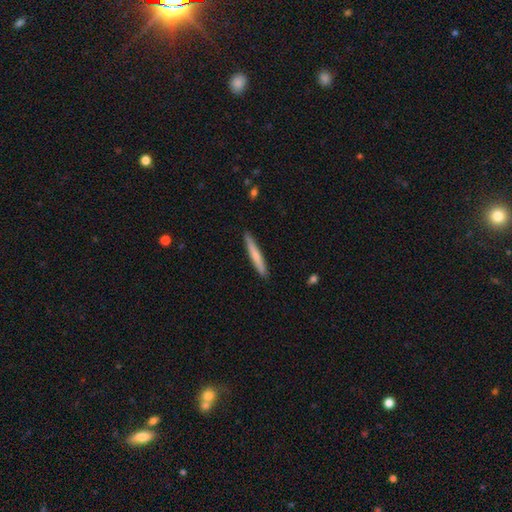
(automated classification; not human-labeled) smooth_or_featured: smooth (p=0.67) [alt: featured or disk p=0.28]
how_rounded: cigar-shaped (p=0.95) [alt: in between p=0.03]
merging: none (p=0.91) [alt: minor disturbance p=0.07]